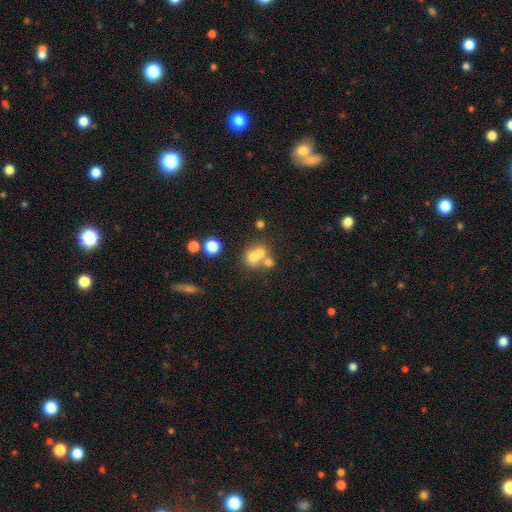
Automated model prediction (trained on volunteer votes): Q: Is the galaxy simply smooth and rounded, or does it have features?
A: smooth — 61%.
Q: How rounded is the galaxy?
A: round — 74%.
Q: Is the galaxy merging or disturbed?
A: merger — 54%.